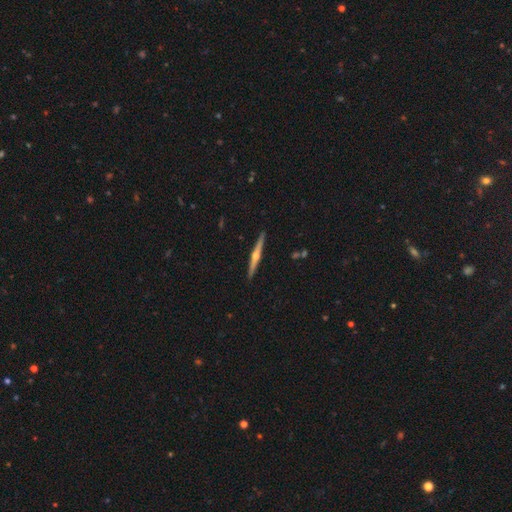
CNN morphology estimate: The model was most divided on "smooth or featured": featured or disk: 79%, smooth: 16%, star or artifact: 5%. More confident: edge-on disk — yes (98%); edge-on bulge — rounded (94%); merging — none (92%).